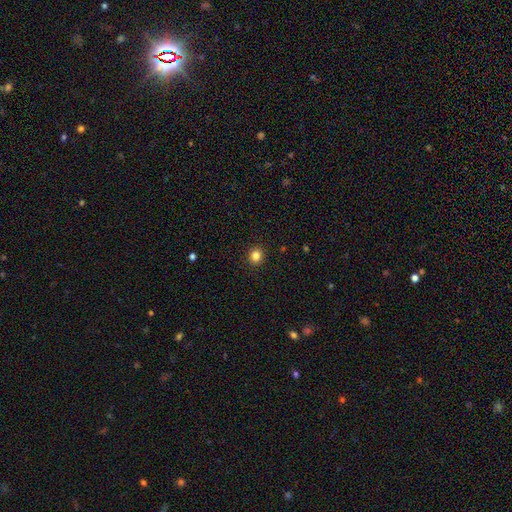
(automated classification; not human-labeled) A smooth galaxy with no disk features (84%) that is round (87%). Merging: none (92%).